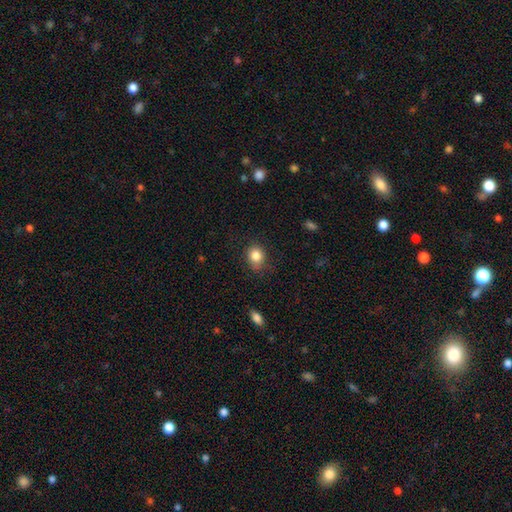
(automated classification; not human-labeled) A smooth galaxy with no disk features (85%) that is round (63%). Merging: none (79%).